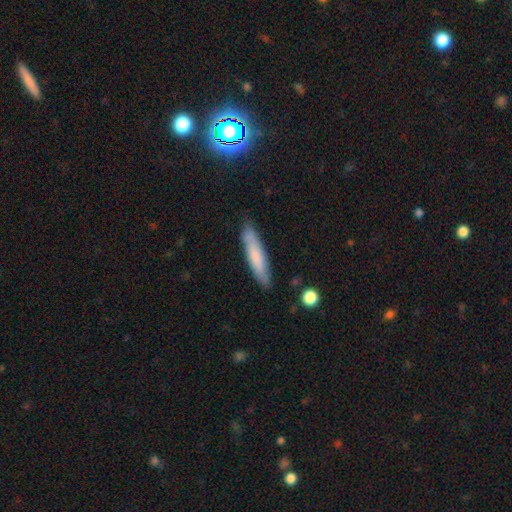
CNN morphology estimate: A smooth galaxy with no disk features (72%) that is cigar-shaped (86%). Merging: none (85%).